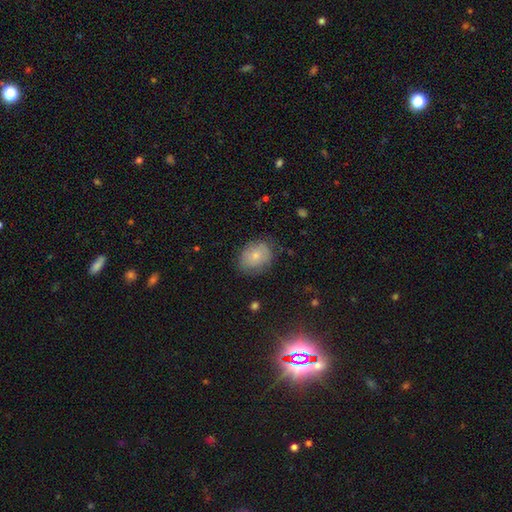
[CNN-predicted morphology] This is likely a smooth galaxy (75%). How rounded: possibly in between (55%). Merging: likely none (71%).